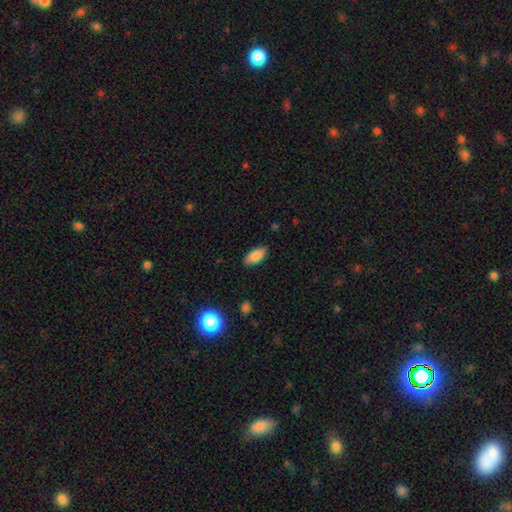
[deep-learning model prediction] Q: Smooth or featured?
A: smooth (86%); runner-up: star or artifact (8%)
Q: How rounded?
A: in between (89%); runner-up: cigar-shaped (9%)
Q: Merging?
A: none (85%); runner-up: minor disturbance (12%)